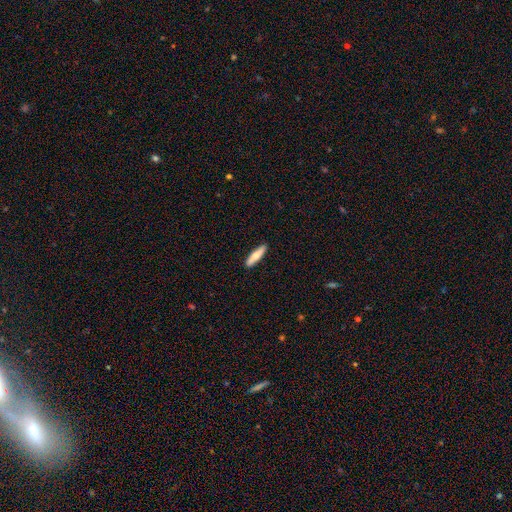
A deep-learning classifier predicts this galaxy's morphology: A smooth galaxy with no disk features (72%) that is cigar-shaped (78%). Merging: none (90%).